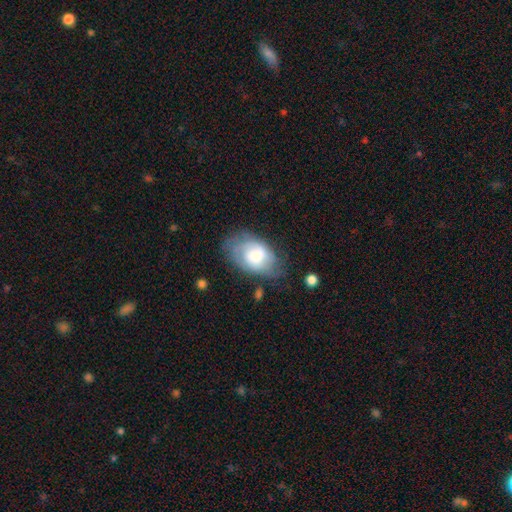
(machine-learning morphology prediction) The model was most divided on "smooth or featured": smooth: 56%, featured or disk: 36%, star or artifact: 8%. More confident: how rounded — in between (88%); merging — none (56%).